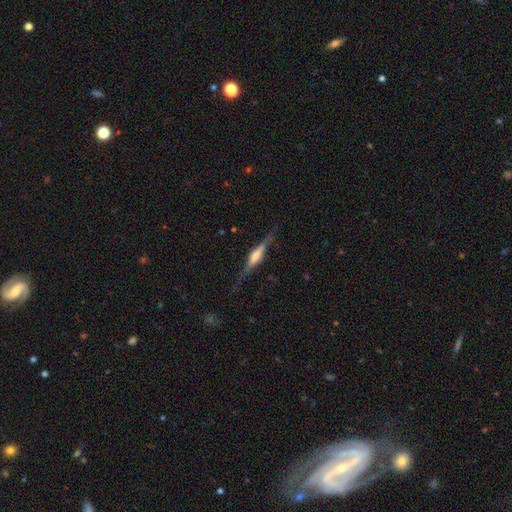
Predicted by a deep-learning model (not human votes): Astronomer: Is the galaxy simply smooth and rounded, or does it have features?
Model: featured or disk — 76%.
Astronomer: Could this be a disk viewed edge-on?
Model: yes — 97%.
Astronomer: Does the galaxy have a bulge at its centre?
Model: rounded — 63%.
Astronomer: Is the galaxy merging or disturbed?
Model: none — 81%.